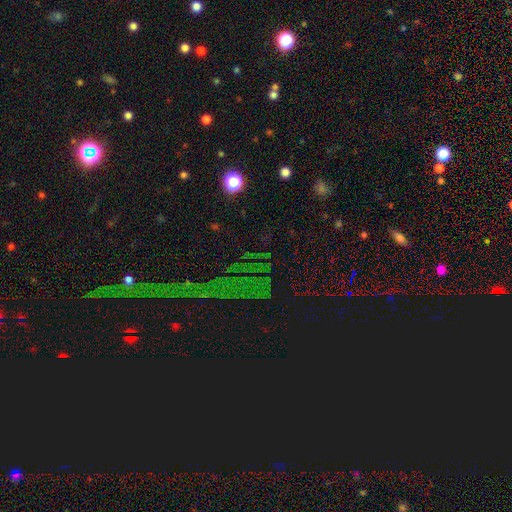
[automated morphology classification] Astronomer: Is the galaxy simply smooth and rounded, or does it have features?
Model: star or artifact — 75%.